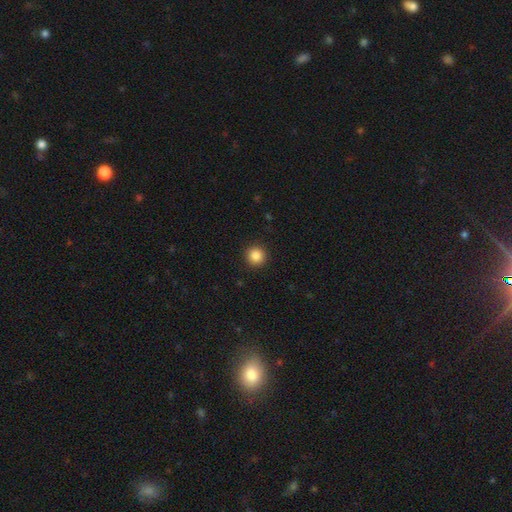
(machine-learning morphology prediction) Smooth or featured? Predicted: smooth (p=0.86). How rounded? Predicted: round (p=0.95). Merging? Predicted: none (p=0.92).